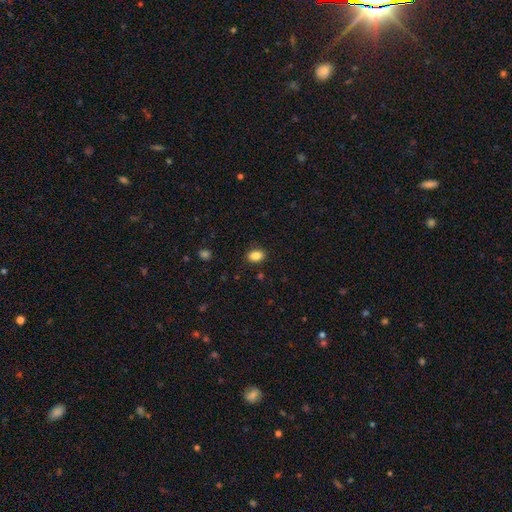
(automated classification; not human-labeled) smooth 86%, star or artifact 10%, featured or disk 4%. Down the decision tree: how rounded — in between (72%); merging — none (88%).